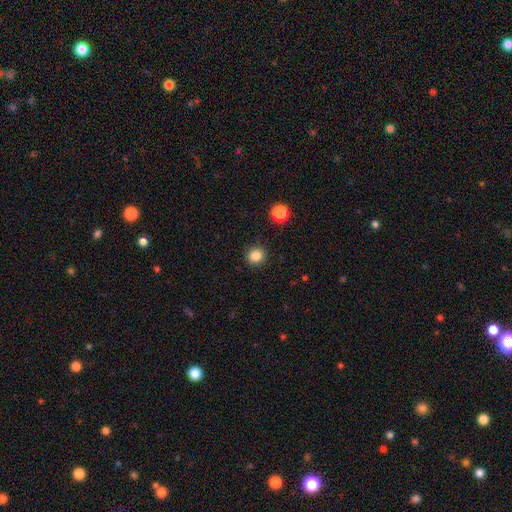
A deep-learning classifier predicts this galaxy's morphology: Smooth or featured? smooth (85%)
How rounded? round (89%)
Merging? none (91%)